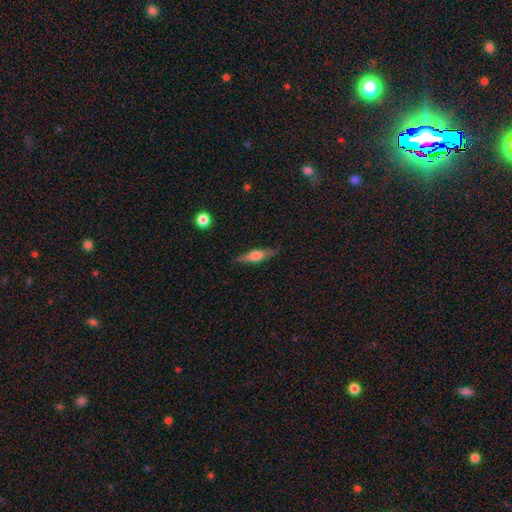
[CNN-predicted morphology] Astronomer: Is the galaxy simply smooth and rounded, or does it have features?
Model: smooth — 48% (runner-up: featured or disk, 46%).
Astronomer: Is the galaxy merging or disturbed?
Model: none — 83%.